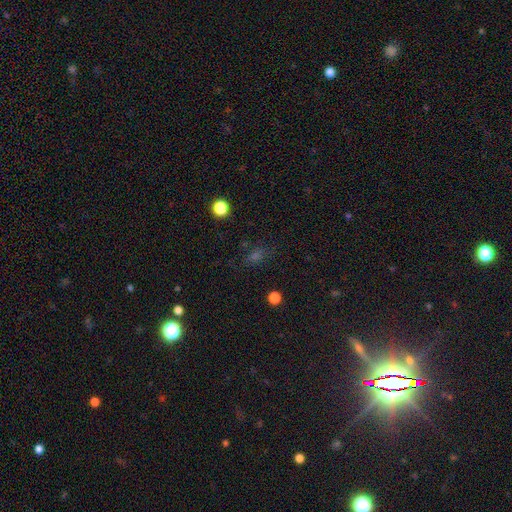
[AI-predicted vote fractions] The model was most divided on "smooth or featured": smooth: 46%, star or artifact: 41%, featured or disk: 13%. More confident: merging — none (73%).